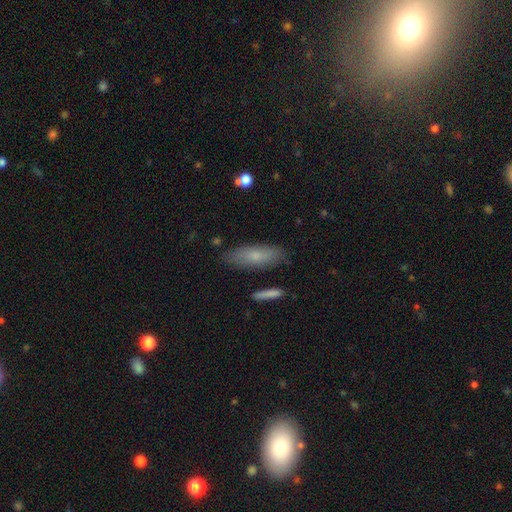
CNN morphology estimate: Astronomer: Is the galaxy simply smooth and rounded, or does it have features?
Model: smooth — 71%.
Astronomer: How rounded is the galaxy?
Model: cigar-shaped — 50% (runner-up: in between, 47%).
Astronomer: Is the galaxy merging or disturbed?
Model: none — 83%.